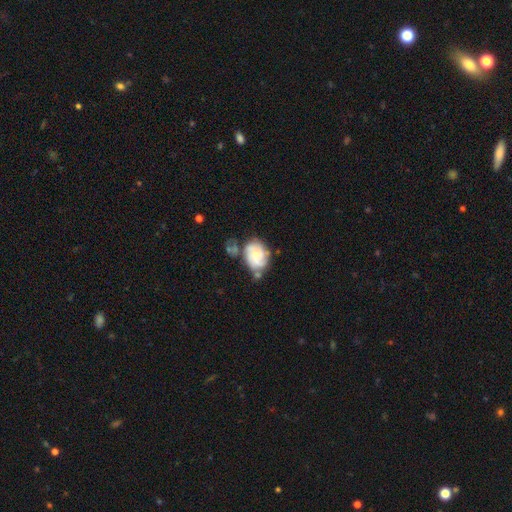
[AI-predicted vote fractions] Overall: featured or disk (58%; smooth 35%). Edge-on disk: no (97%). Bar: no (72%). Spiral arms: yes (75%). Bulge size: moderate (47%; small 45%). Merging: none (40%; minor disturbance 27%).